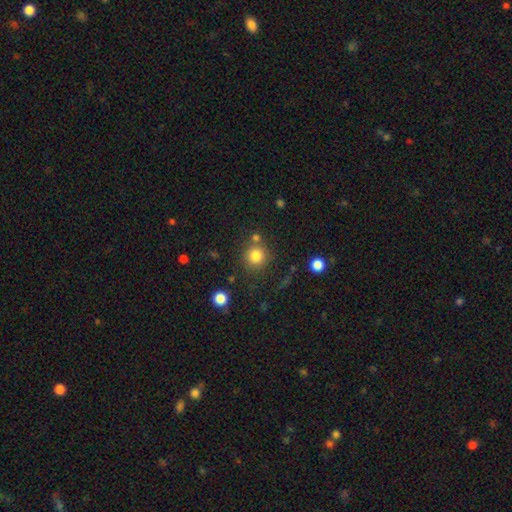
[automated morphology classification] A smooth galaxy with no disk features (81%) that is round (92%). Merging: none (75%).